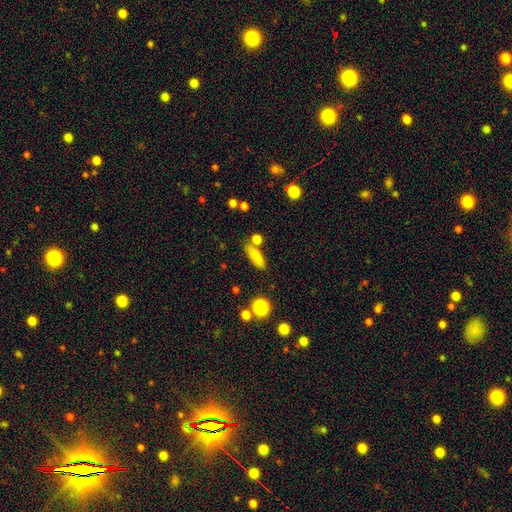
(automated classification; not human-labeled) This is clearly a smooth galaxy (81%). How rounded: possibly in between (56%). Merging: likely none (71%).